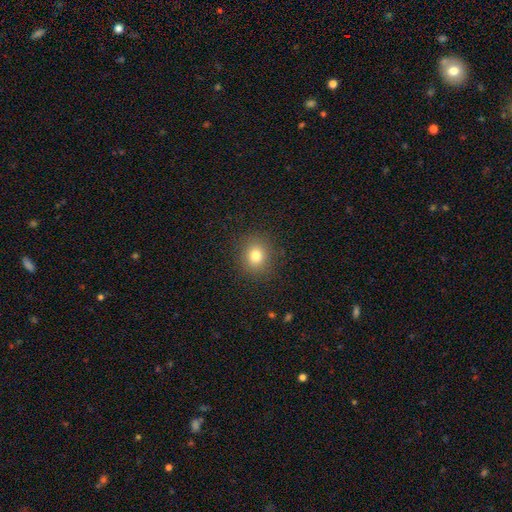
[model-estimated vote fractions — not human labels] smooth-or-featured: smooth: 79% | star or artifact: 13% | featured or disk: 8%
  how-rounded: round: 79% | in between: 20% | cigar-shaped: 1%
  merging: none: 89% | minor disturbance: 7% | major disturbance: 3% | merger: 1%